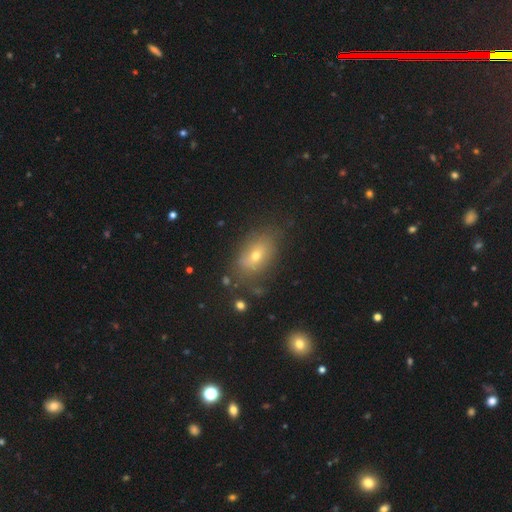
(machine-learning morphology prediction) Smooth or featured: smooth — 62% (featured or disk — 24%)
How rounded: in between — 84% (round — 13%)
Merging: none — 72% (minor disturbance — 18%)